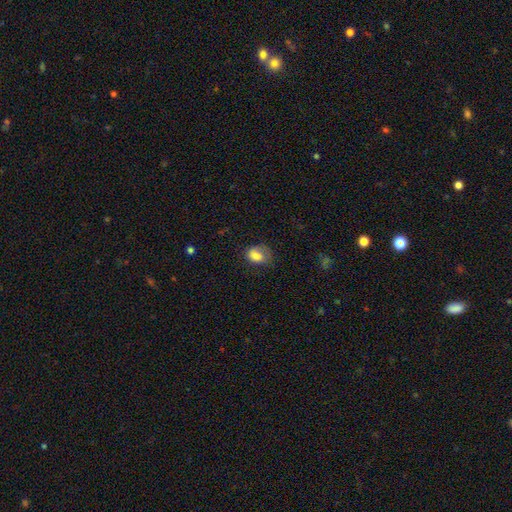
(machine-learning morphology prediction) smooth-or-featured: smooth: 80% | featured or disk: 11% | star or artifact: 9%
  how-rounded: in between: 73% | round: 26% | cigar-shaped: 1%
  merging: none: 48% | minor disturbance: 31% | major disturbance: 19% | merger: 2%